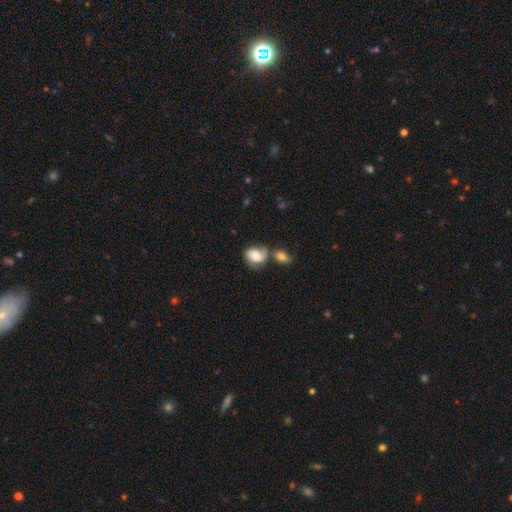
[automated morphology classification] smooth 56%, featured or disk 36%, star or artifact 8%. Down the decision tree: how rounded — in between (56%); merging — none (37%).